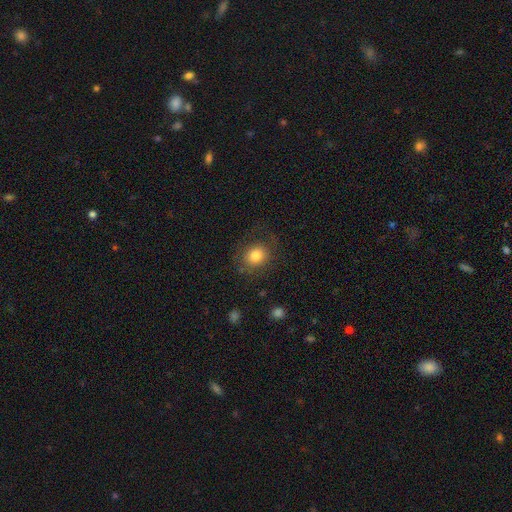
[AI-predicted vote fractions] Q: Smooth or featured?
A: smooth (80%); runner-up: featured or disk (10%)
Q: How rounded?
A: round (66%); runner-up: in between (33%)
Q: Merging?
A: none (76%); runner-up: minor disturbance (14%)